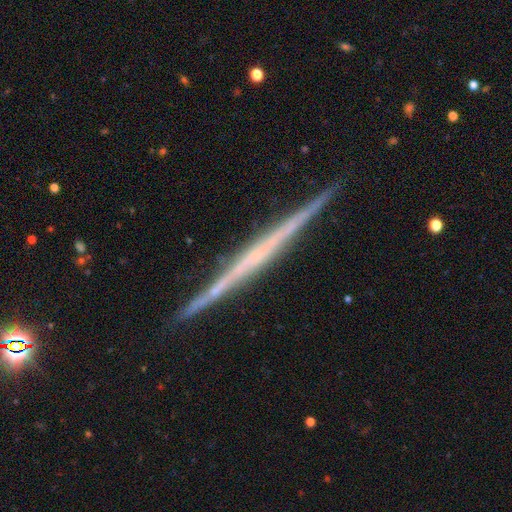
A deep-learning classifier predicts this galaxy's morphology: type=featured or disk (78%); edge-on=yes (98%); edge-on bulge=none (83%); merging=none (91%).